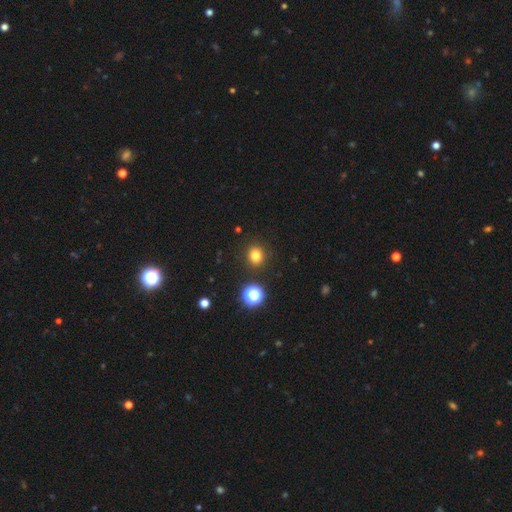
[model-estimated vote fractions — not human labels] smooth_or_featured: smooth (p=0.79) [alt: star or artifact p=0.16]
how_rounded: round (p=0.82) [alt: in between p=0.17]
merging: none (p=0.89) [alt: minor disturbance p=0.06]